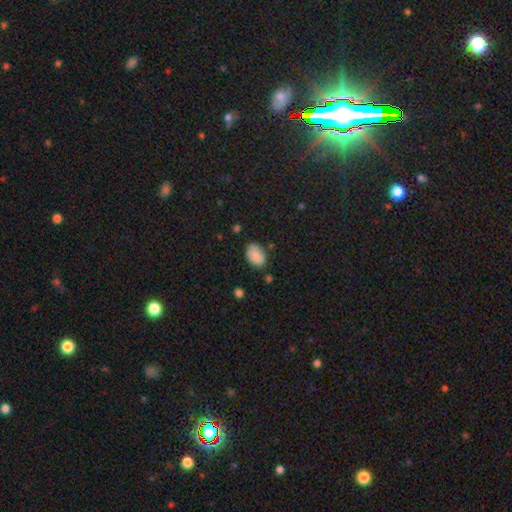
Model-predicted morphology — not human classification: A smooth galaxy with no disk features (87%) that is in between round and cigar-shaped (90%). Merging: none (74%).